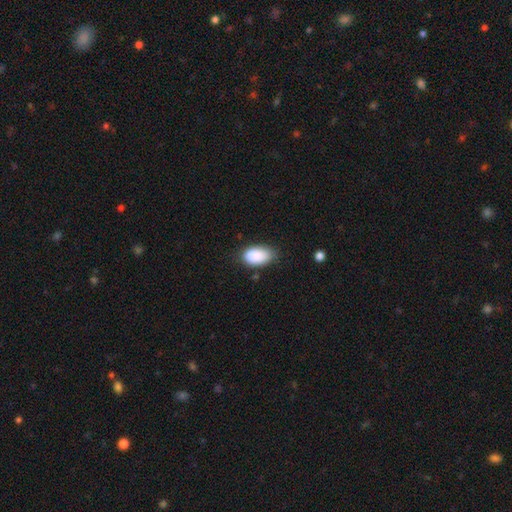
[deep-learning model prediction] Smooth or featured?
  - smooth: 88% *
  - star or artifact: 7%
  - featured or disk: 5%
How rounded?
  - in between: 94% *
  - round: 4%
  - cigar-shaped: 2%
Merging?
  - none: 72% *
  - minor disturbance: 22%
  - major disturbance: 4%
  - merger: 2%